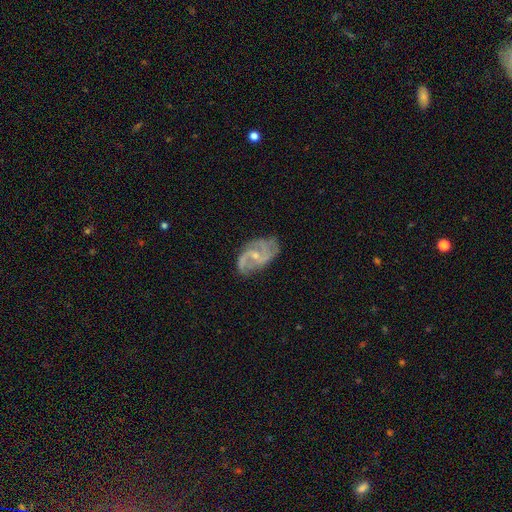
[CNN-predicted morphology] Smooth or featured? featured or disk (85%)
Edge-on disk? no (97%)
Bar? no (49%)
Spiral arms? yes (95%)
Spiral winding? medium (45%)
Spiral arm count? 2 (55%)
Bulge size? small (66%)
Merging? none (66%)